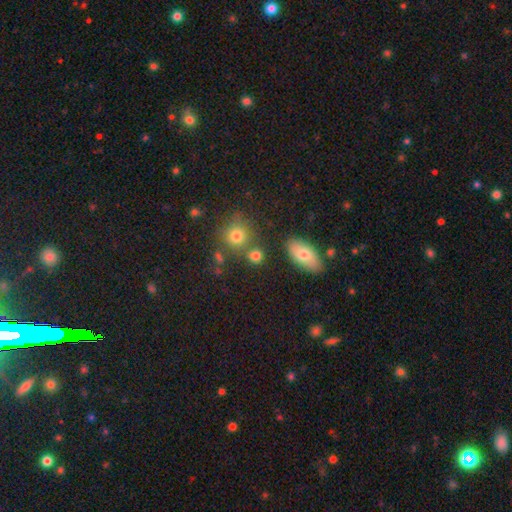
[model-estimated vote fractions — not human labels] smooth_or_featured: smooth (p=0.80) [alt: star or artifact p=0.13]
how_rounded: round (p=0.74) [alt: in between p=0.24]
merging: none (p=0.69) [alt: merger p=0.17]